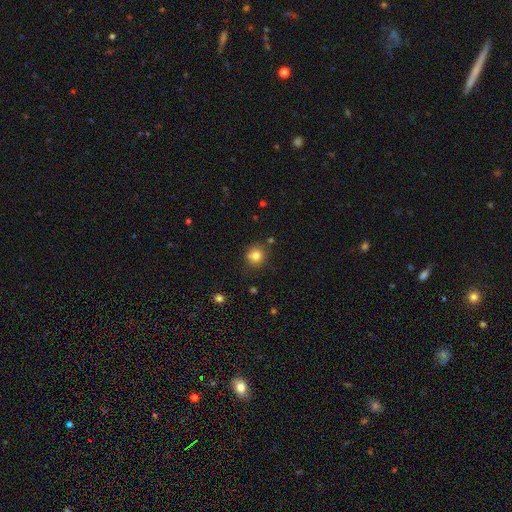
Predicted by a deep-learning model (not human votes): A smooth galaxy with no disk features (80%) that is round (88%).

Vote fractions:
- Smooth or featured? smooth: 80% / star or artifact: 13% / featured or disk: 7%
- How rounded? round: 88% / in between: 11% / cigar-shaped: 1%
- Merging? none: 77% / minor disturbance: 13% / merger: 7% / major disturbance: 3%